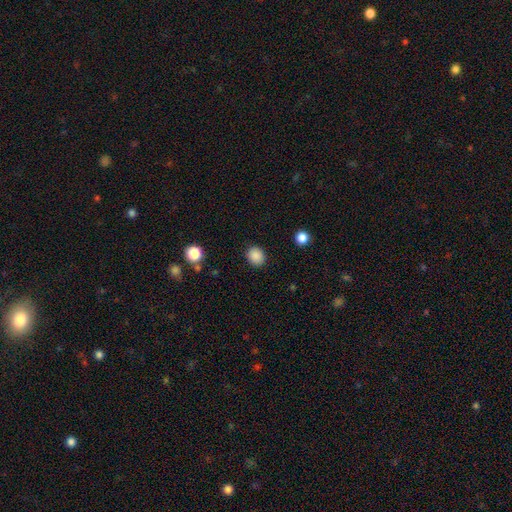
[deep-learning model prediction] Smooth or featured? smooth (87%)
How rounded? round (76%)
Merging? none (89%)